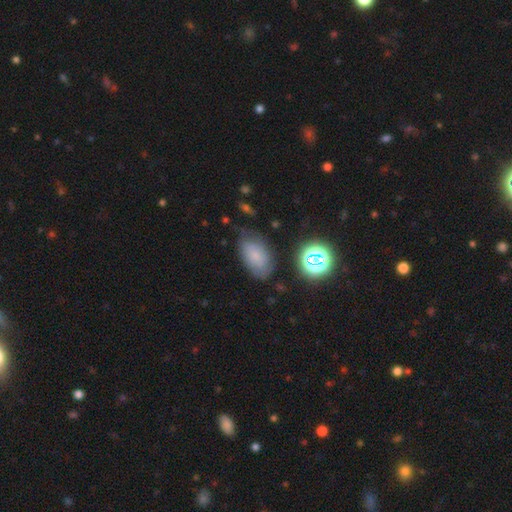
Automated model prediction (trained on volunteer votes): Overall: smooth (65%). How rounded: in between (89%). Merging: none (65%).